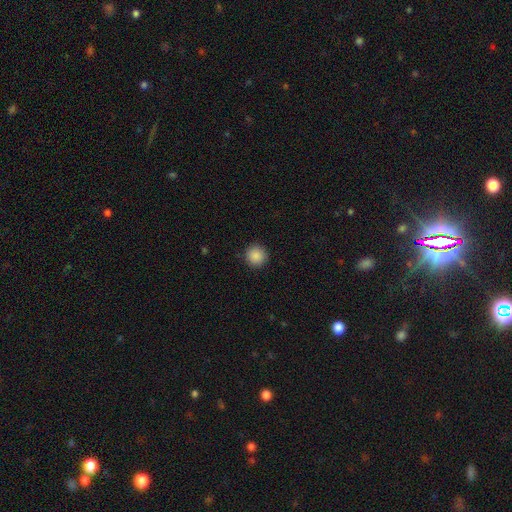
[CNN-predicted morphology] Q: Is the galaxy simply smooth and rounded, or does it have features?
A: smooth — 88%.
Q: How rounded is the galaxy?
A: round — 95%.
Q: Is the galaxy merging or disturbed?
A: none — 91%.